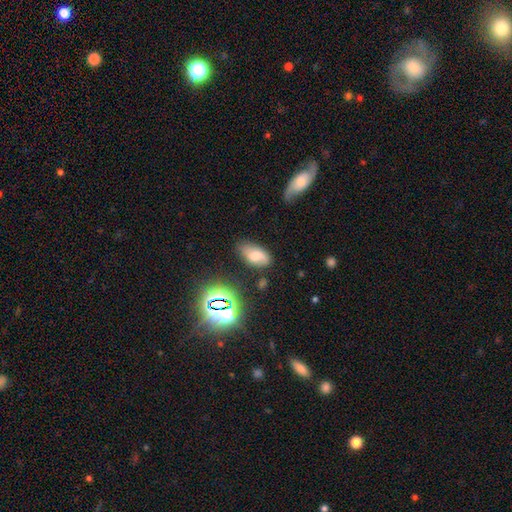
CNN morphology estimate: type=smooth (57%); roundness=in between (92%); merging=none (70%).